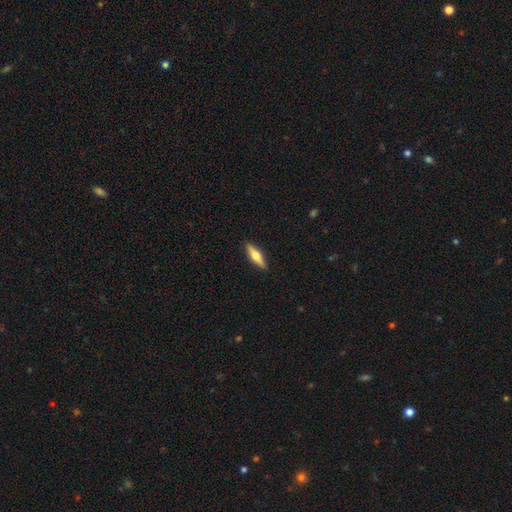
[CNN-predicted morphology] Smooth or featured: featured or disk — 51% (smooth — 43%)
Edge-on disk: yes — 94% (no — 6%)
Merging: none — 91% (minor disturbance — 7%)